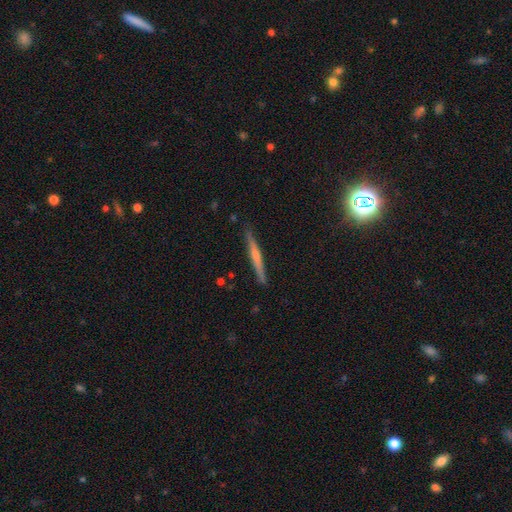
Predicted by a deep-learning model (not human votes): This appears to be a featured or disk galaxy (60%) viewed edge-on (97%) with a rounded central bulge (53%). Merging: none (90%).